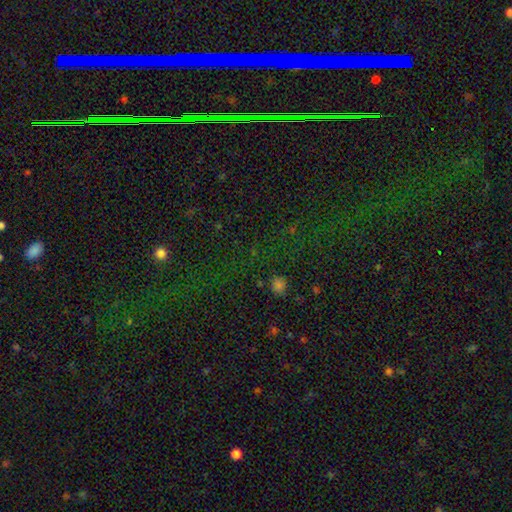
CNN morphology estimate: type=star or artifact (74%).